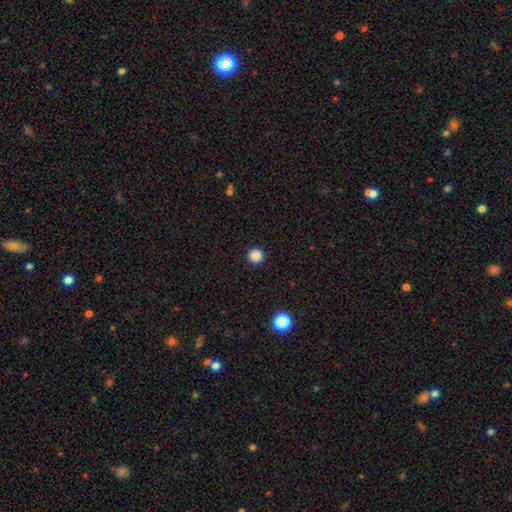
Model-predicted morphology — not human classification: Smooth or featured? Predicted: smooth (p=0.87). How rounded? Predicted: round (p=0.96). Merging? Predicted: none (p=0.93).